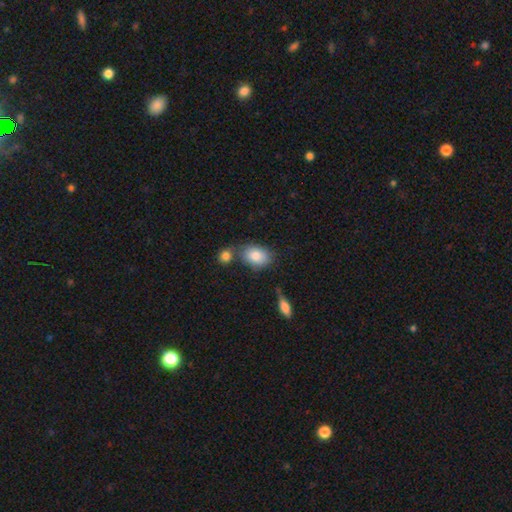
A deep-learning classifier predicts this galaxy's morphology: A smooth galaxy with no disk features (84%) that is in between round and cigar-shaped (82%). Merging: none (53%).